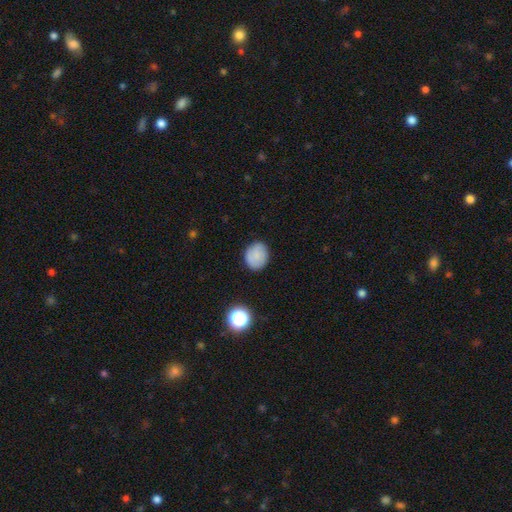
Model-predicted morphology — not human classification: Smooth or featured?
  - smooth: 83% *
  - star or artifact: 10%
  - featured or disk: 7%
How rounded?
  - round: 62% *
  - in between: 37%
  - cigar-shaped: 1%
Merging?
  - none: 85% *
  - minor disturbance: 11%
  - major disturbance: 3%
  - merger: 1%